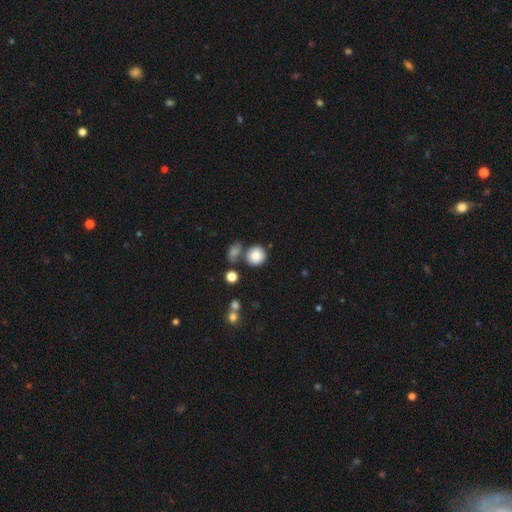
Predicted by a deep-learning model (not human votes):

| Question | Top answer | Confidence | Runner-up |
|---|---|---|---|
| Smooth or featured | smooth | 84% | star or artifact (9%) |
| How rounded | round | 86% | in between (13%) |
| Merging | none | 64% | merger (20%) |